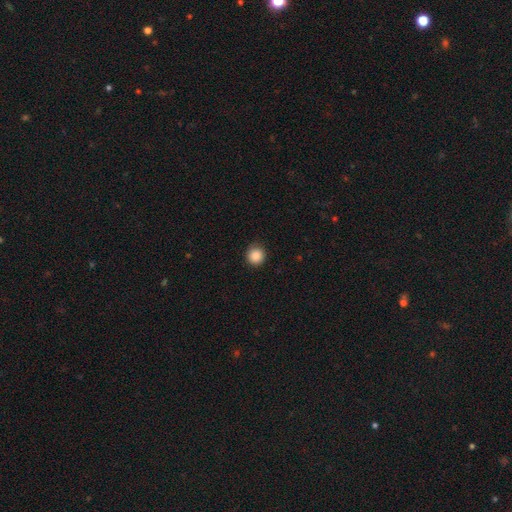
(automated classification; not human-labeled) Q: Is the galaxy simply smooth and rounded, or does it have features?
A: smooth — 87%.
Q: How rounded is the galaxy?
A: round — 94%.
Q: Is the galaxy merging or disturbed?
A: none — 88%.